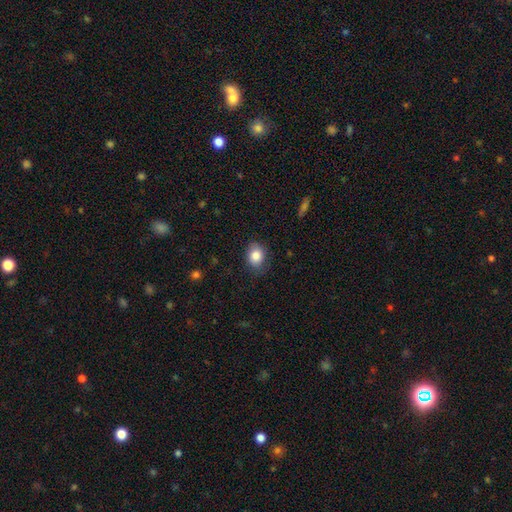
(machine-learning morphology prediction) This is clearly a smooth galaxy (85%). How rounded: possibly in between (53%). Merging: likely none (78%).